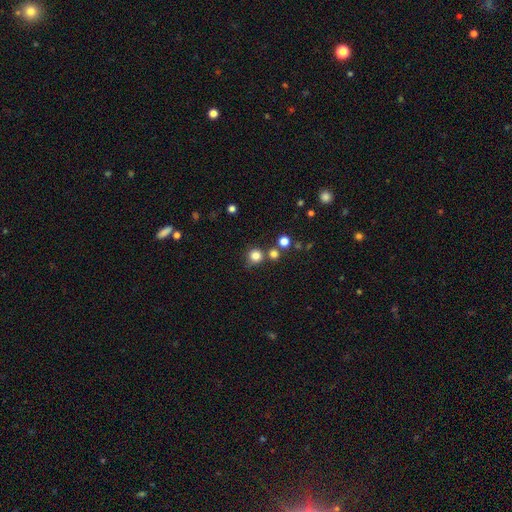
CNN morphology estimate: smooth-or-featured: smooth: 81% | star or artifact: 13% | featured or disk: 5%
  how-rounded: round: 91% | in between: 8% | cigar-shaped: 1%
  merging: none: 71% | merger: 14% | minor disturbance: 11% | major disturbance: 4%